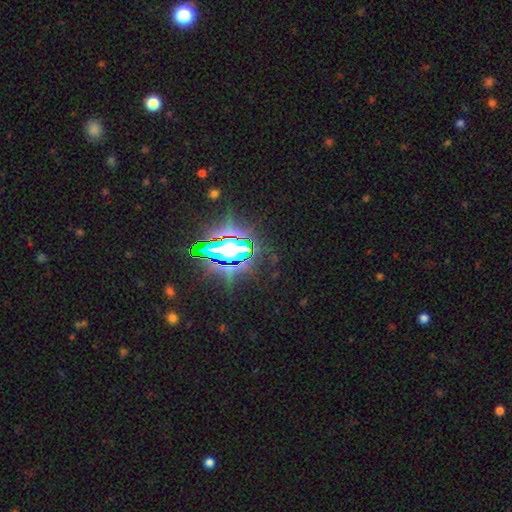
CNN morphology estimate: Overall: star or artifact (84%).